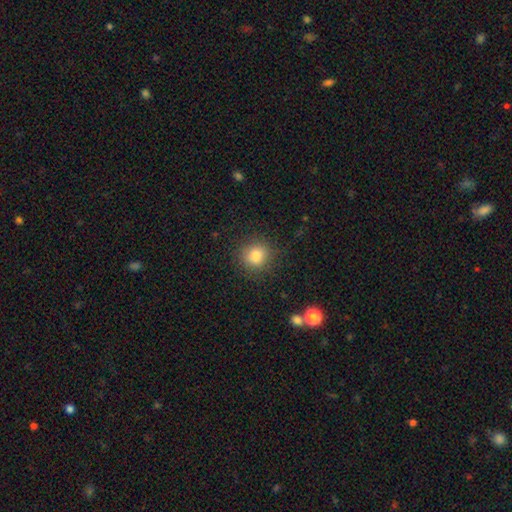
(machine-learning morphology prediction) smooth-or-featured: smooth: 82% | star or artifact: 12% | featured or disk: 6%
  how-rounded: round: 85% | in between: 14% | cigar-shaped: 1%
  merging: none: 86% | minor disturbance: 9% | major disturbance: 3% | merger: 1%